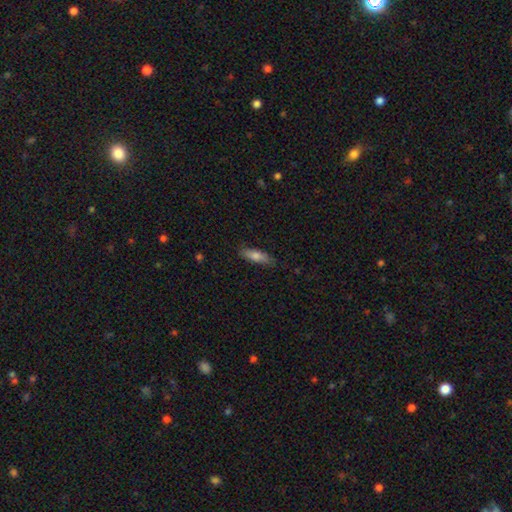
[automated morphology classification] Overall: smooth (75%). How rounded: cigar-shaped (51%; in between 47%). Merging: none (82%).